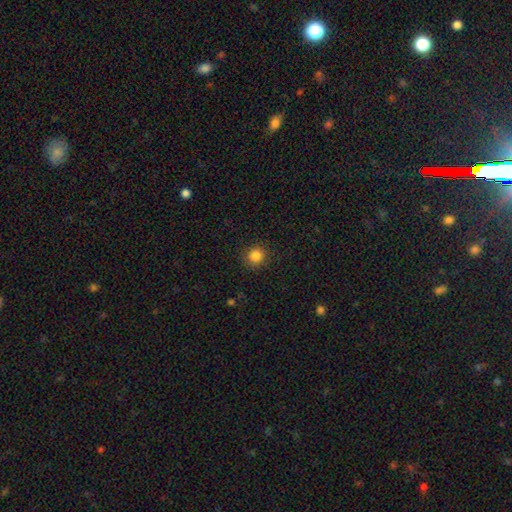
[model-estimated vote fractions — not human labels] A smooth galaxy with no disk features (84%) that is round (91%). Merging: none (90%).